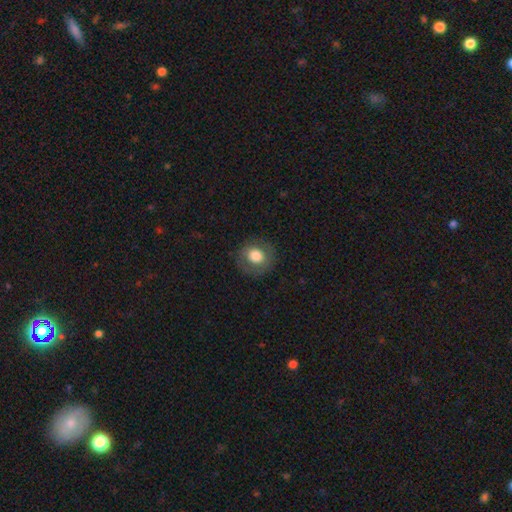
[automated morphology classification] This appears to be a smooth galaxy with no disk features (73%) that is round (86%). Merging: none (84%).